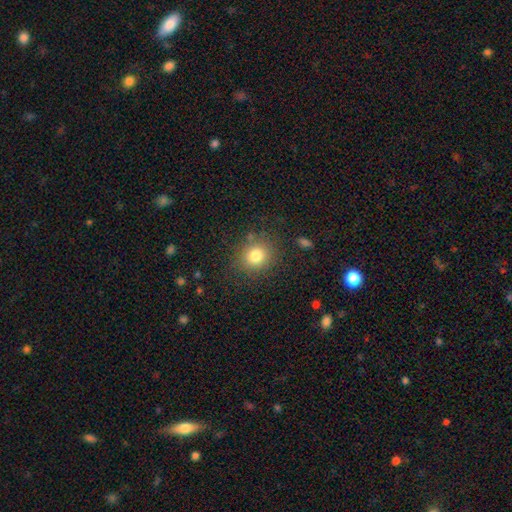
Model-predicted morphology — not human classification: Overall: smooth (80%). How rounded: round (82%). Merging: none (83%).